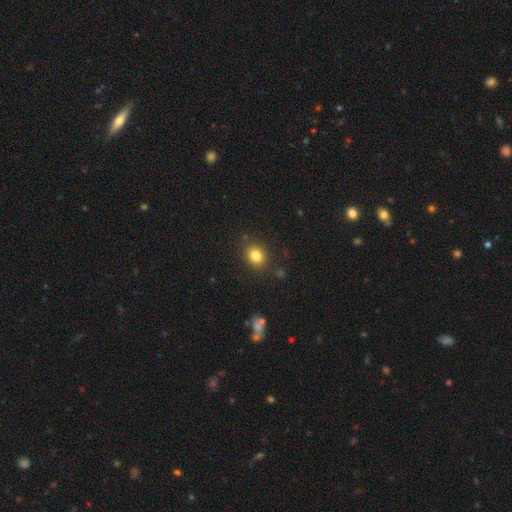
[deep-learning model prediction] A smooth galaxy with no disk features (82%) that is round (67%).

Vote fractions:
- Smooth or featured? smooth: 82% / star or artifact: 12% / featured or disk: 6%
- How rounded? round: 67% / in between: 32% / cigar-shaped: 1%
- Merging? none: 85% / minor disturbance: 10% / major disturbance: 3% / merger: 2%